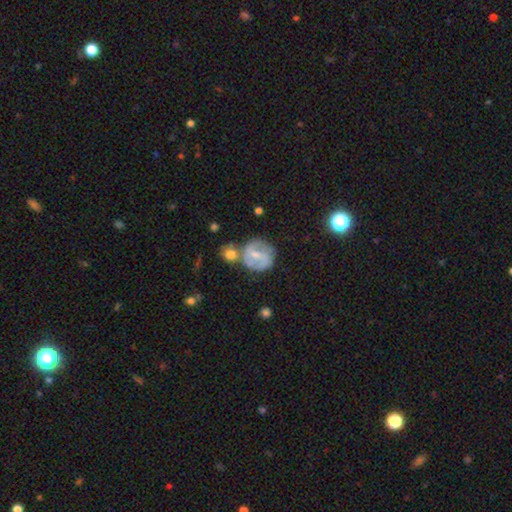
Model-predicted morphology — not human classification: Smooth or featured?
  - featured or disk: 64% *
  - smooth: 29%
  - star or artifact: 8%
Edge-on disk?
  - no: 97% *
  - yes: 3%
Bar?
  - weak: 49% *
  - no: 30%
  - strong: 20%
Spiral arms?
  - yes: 78% *
  - no: 22%
Bulge size?
  - small: 51% *
  - moderate: 41%
  - none: 5%
  - large: 2%
  - dominant: 1%
Merging?
  - none: 52% *
  - merger: 22%
  - minor disturbance: 18%
  - major disturbance: 8%